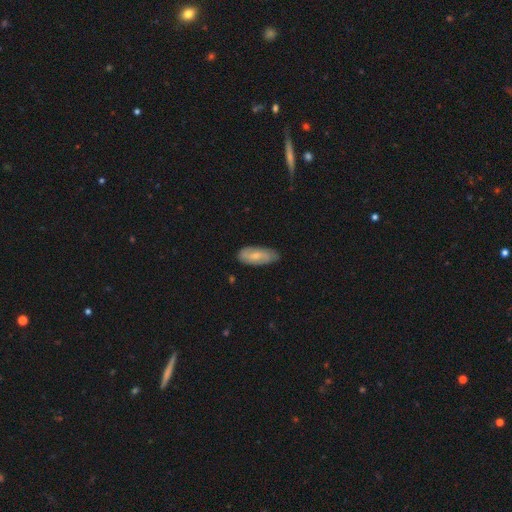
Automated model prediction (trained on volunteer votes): Morphology: type=smooth (51%); roundness=in between (82%); merging=none (77%).